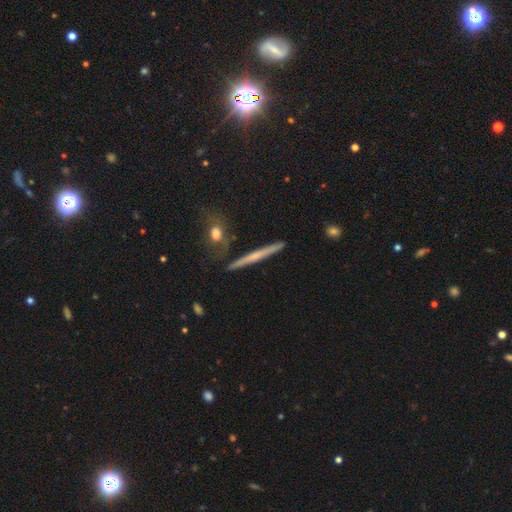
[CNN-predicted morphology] Smooth or featured? featured or disk (52%)
Edge-on disk? yes (96%)
Edge-on bulge? none (64%)
Merging? none (88%)